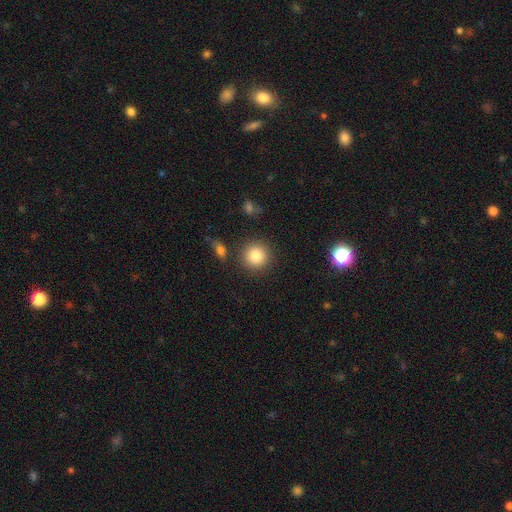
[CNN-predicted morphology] This is clearly a smooth galaxy (83%). How rounded: clearly round (93%). Merging: clearly none (86%).